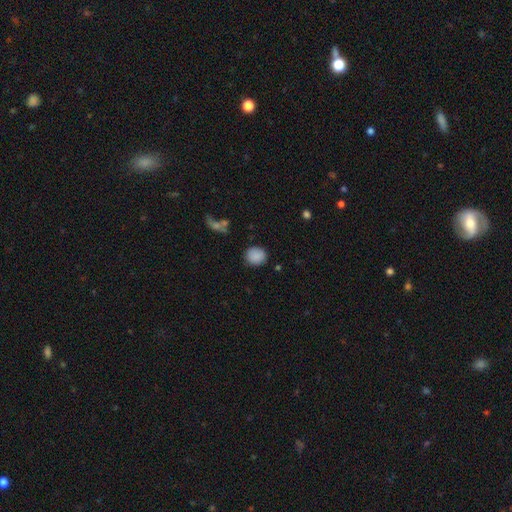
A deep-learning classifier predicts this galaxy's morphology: Smooth or featured? smooth (87%)
How rounded? round (74%)
Merging? none (83%)